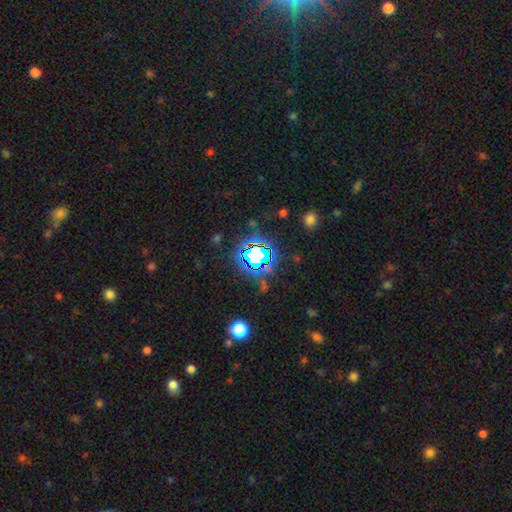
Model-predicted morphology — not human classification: Smooth or featured? Predicted: star or artifact (p=0.71).